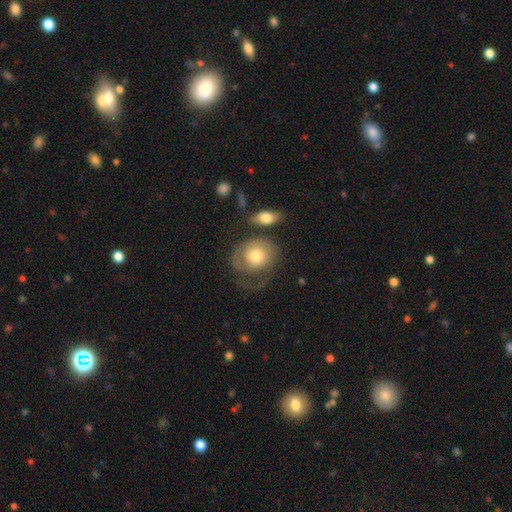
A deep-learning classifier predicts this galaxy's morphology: smooth-or-featured: smooth: 52% | featured or disk: 42% | star or artifact: 6%
  how-rounded: round: 64% | in between: 34% | cigar-shaped: 1%
  merging: major disturbance: 35% | none: 34% | minor disturbance: 21% | merger: 9%